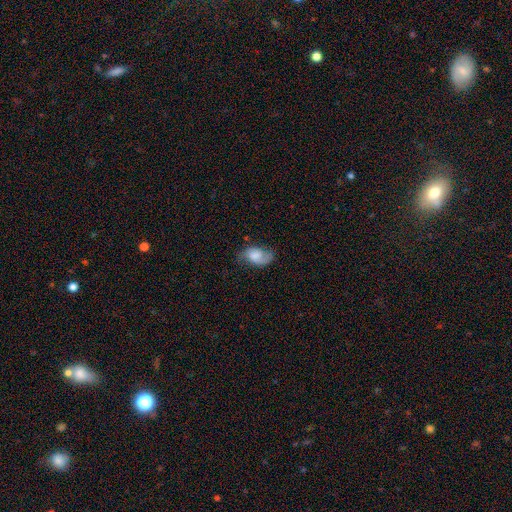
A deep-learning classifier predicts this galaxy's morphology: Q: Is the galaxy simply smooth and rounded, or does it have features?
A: smooth — 51%.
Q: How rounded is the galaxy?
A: in between — 89%.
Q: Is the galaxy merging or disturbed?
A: none — 54%.